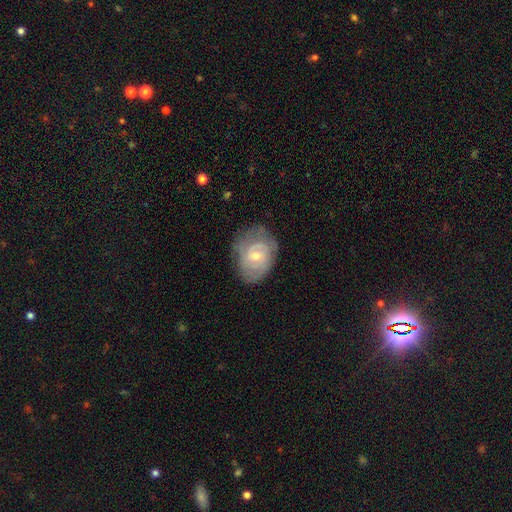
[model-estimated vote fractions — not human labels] A featured or disk galaxy (65%) with no bar (58%), spiral arms (78%) and a small central bulge (51%). Merging: none (63%).